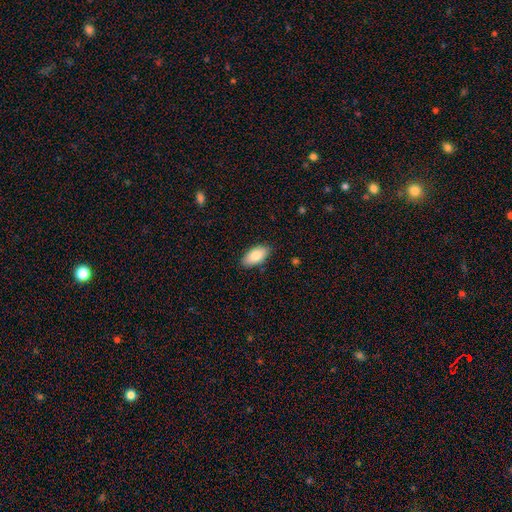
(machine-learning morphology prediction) type=smooth (83%); roundness=in between (92%); merging=none (86%).